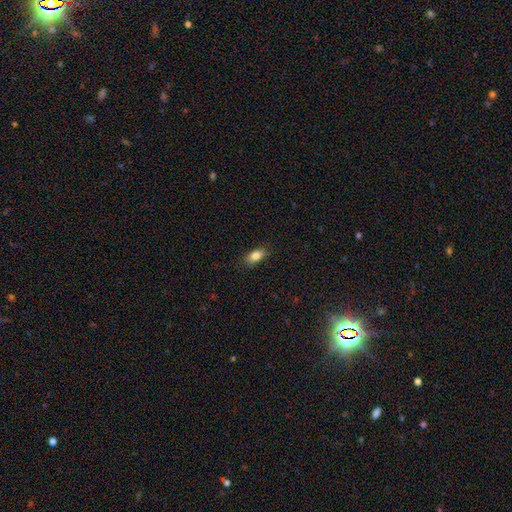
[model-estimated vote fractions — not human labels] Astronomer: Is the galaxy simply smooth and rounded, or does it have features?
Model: smooth — 83%.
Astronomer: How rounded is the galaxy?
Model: in between — 87%.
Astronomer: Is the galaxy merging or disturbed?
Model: none — 86%.